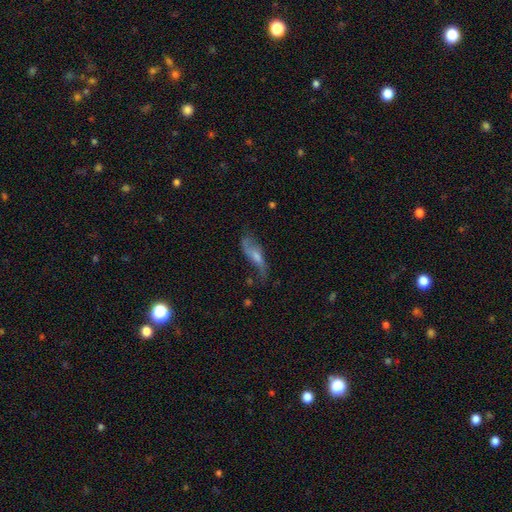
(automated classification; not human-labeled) Smooth or featured? Predicted: featured or disk (p=0.61). Edge-on disk? Predicted: no (p=0.73). Merging? Predicted: none (p=0.55).